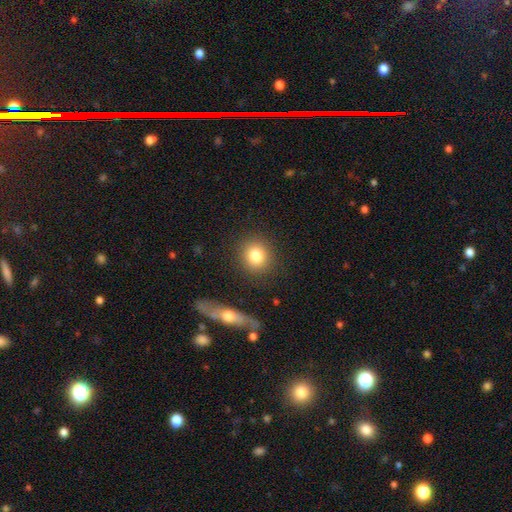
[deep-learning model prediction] A smooth galaxy with no disk features (81%) that is round (83%).

Vote fractions:
- Smooth or featured? smooth: 81% / star or artifact: 10% / featured or disk: 9%
- How rounded? round: 83% / in between: 16% / cigar-shaped: 1%
- Merging? none: 87% / minor disturbance: 7% / major disturbance: 3% / merger: 3%